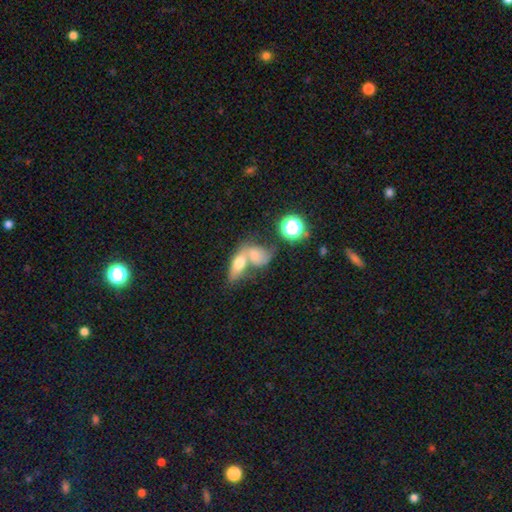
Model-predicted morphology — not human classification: This appears to be a smooth galaxy with no disk features (55%) that is in between round and cigar-shaped (69%). Merging: merger (68%).